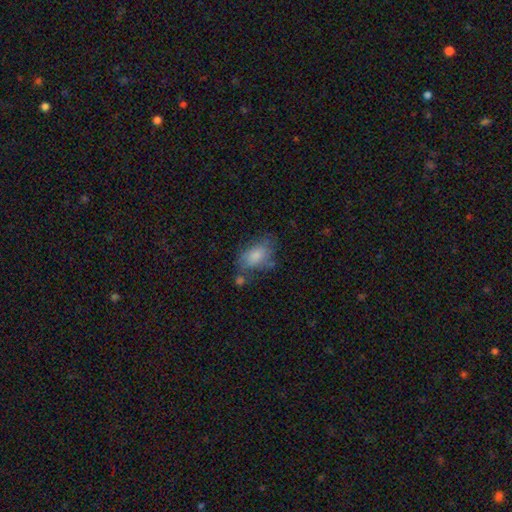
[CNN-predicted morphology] A smooth galaxy with no disk features (77%) that is in between round and cigar-shaped (90%).

Vote fractions:
- Smooth or featured? smooth: 77% / featured or disk: 15% / star or artifact: 7%
- How rounded? in between: 90% / round: 8% / cigar-shaped: 2%
- Merging? none: 48% / minor disturbance: 27% / major disturbance: 14% / merger: 11%